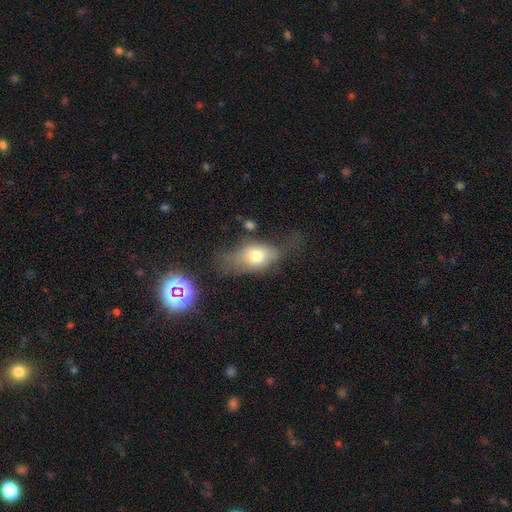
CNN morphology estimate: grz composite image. It shows a smooth galaxy with no disk features (65%) that is in between round and cigar-shaped (79%). Merging: none (37%).